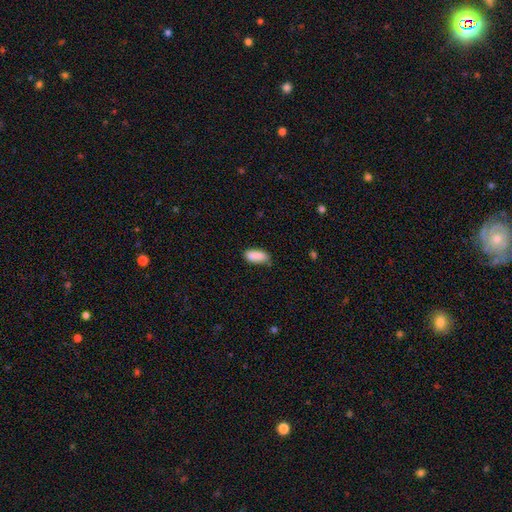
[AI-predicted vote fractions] smooth 88%, star or artifact 7%, featured or disk 5%. Down the decision tree: how rounded — in between (82%); merging — none (71%).